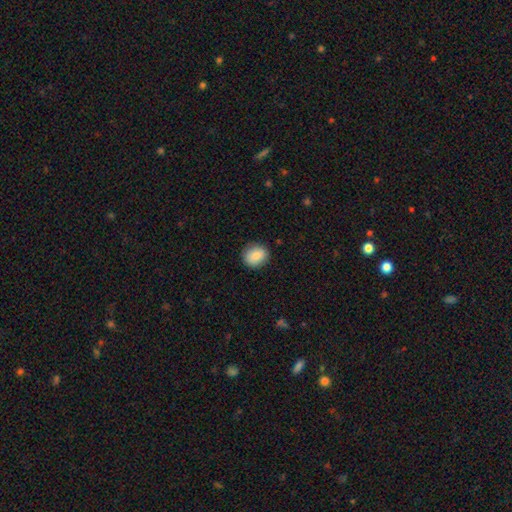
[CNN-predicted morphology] Smooth or featured: smooth — 85% (star or artifact — 8%)
How rounded: round — 74% (in between — 25%)
Merging: none — 87% (minor disturbance — 10%)